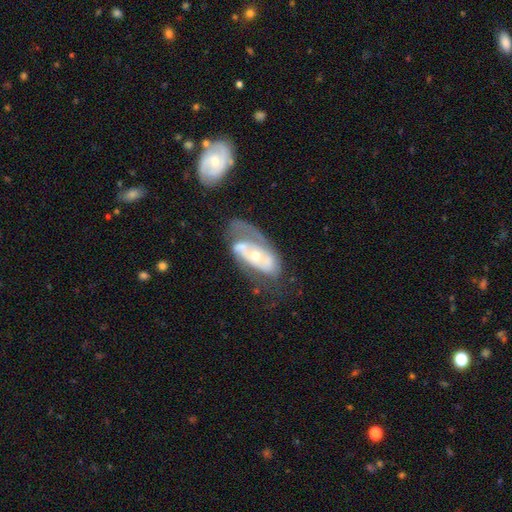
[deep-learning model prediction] Smooth or featured? featured or disk (72%)
Edge-on disk? no (92%)
Bar? no (73%)
Spiral arms? yes (62%)
Bulge size? moderate (53%)
Merging? major disturbance (33%)